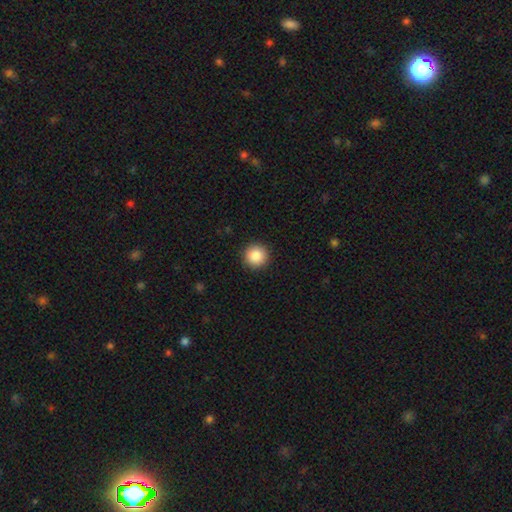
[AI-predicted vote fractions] The model was most divided on "smooth or featured": smooth: 87%, star or artifact: 9%, featured or disk: 4%. More confident: how rounded — round (96%); merging — none (93%).